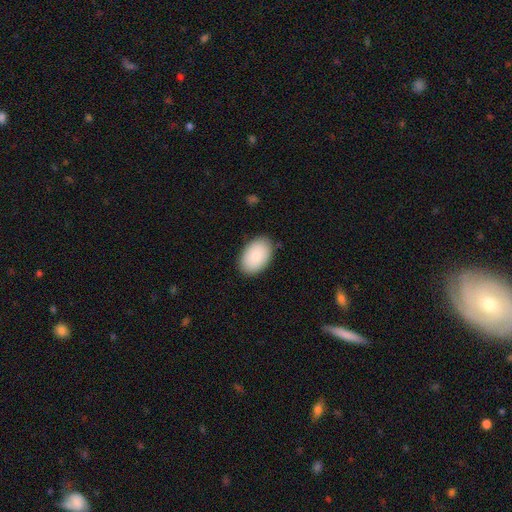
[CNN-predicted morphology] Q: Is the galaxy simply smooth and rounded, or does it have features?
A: smooth — 90%.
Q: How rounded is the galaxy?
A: in between — 92%.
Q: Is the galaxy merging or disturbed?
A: none — 87%.